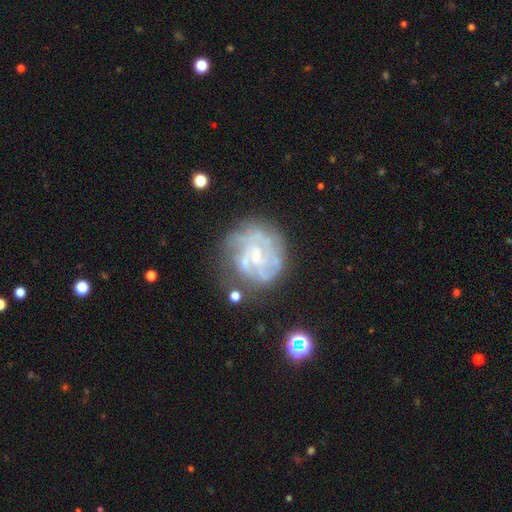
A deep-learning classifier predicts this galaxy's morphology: This appears to be a featured or disk galaxy (77%) with no bar (58%), tight (58%) spiral arms (77%) and a small central bulge (59%). Merging: none (60%).